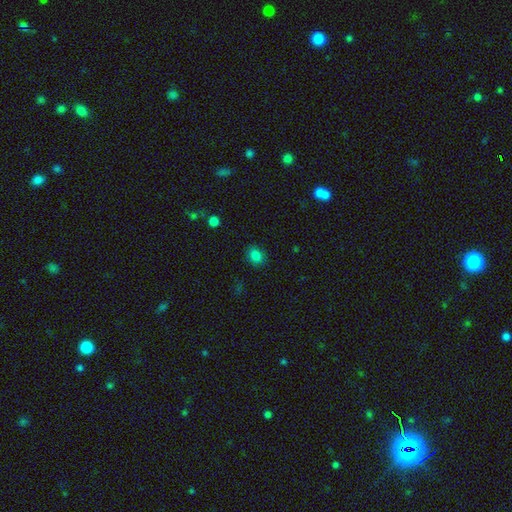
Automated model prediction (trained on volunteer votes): The model was most divided on "how rounded": in between: 52%, round: 47%, cigar-shaped: 1%. More confident: merging — none (85%); smooth or featured — smooth (82%).